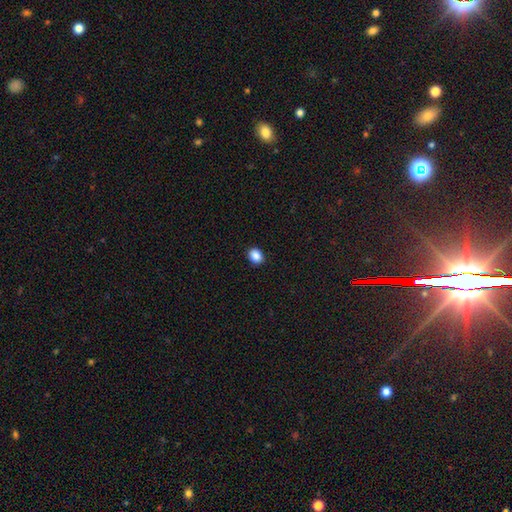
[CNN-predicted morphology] Smooth or featured? smooth (88%)
How rounded? round (54%)
Merging? none (91%)